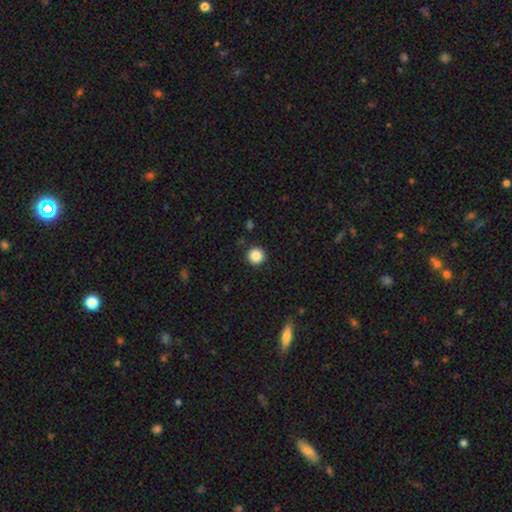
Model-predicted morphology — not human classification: type=smooth (87%); roundness=round (96%); merging=none (93%).